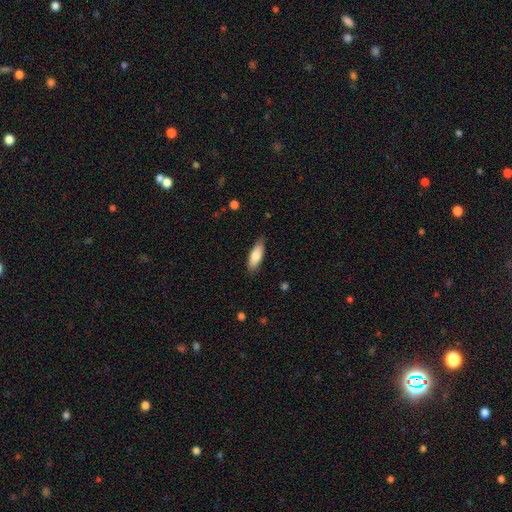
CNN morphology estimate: Smooth or featured: smooth — 80% (featured or disk — 14%)
How rounded: in between — 65% (cigar-shaped — 33%)
Merging: none — 82% (minor disturbance — 15%)